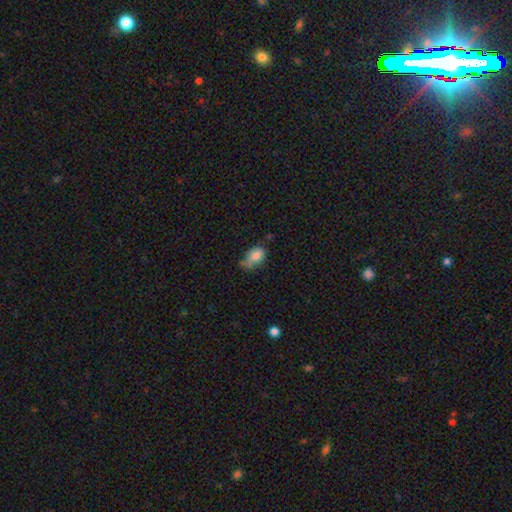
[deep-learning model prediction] smooth 78%, featured or disk 13%, star or artifact 9%. Down the decision tree: how rounded — in between (81%); merging — minor disturbance (39%).